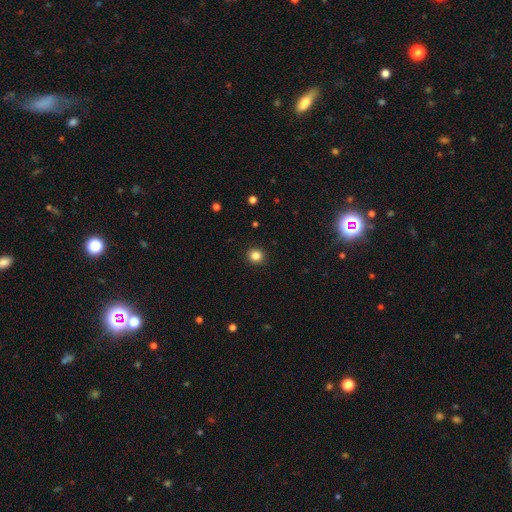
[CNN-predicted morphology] Smooth or featured? smooth (85%)
How rounded? round (91%)
Merging? none (93%)